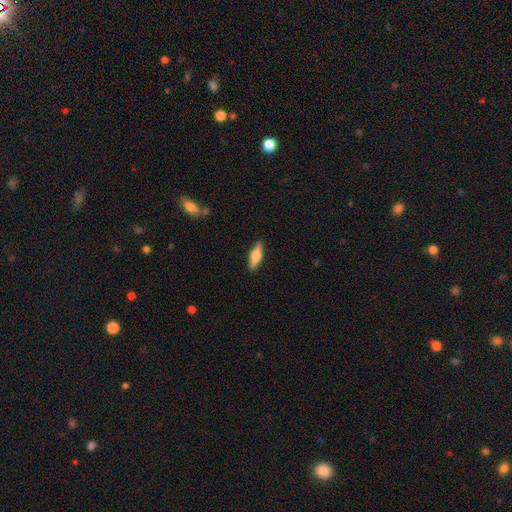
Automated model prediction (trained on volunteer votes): smooth_or_featured: smooth (p=0.55) [alt: featured or disk p=0.39]
how_rounded: in between (p=0.52) [alt: cigar-shaped p=0.45]
merging: none (p=0.89) [alt: minor disturbance p=0.08]